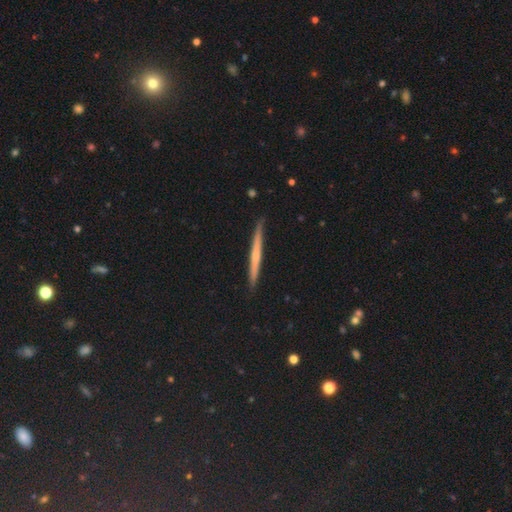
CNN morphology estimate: smooth-or-featured: featured or disk: 51% | smooth: 42% | star or artifact: 7%
  disk-edge-on: yes: 97% | no: 3%
  merging: none: 90% | minor disturbance: 8% | major disturbance: 1% | merger: 1%